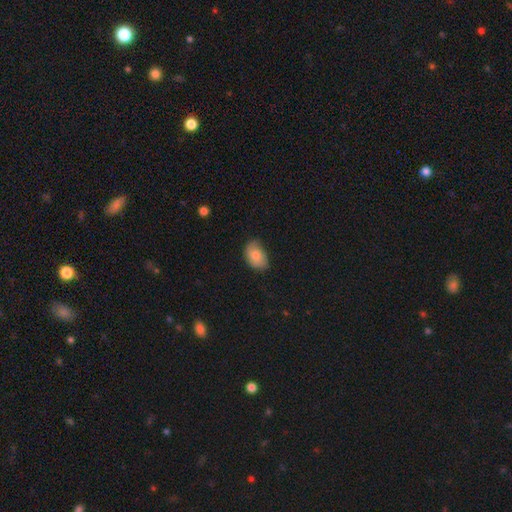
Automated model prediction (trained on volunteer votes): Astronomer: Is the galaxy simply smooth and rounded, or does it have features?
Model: smooth — 79%.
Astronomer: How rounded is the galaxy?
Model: in between — 85%.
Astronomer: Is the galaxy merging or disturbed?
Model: none — 61%.